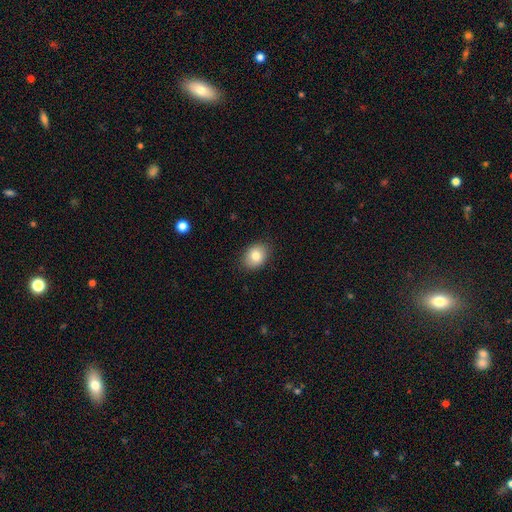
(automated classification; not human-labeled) smooth_or_featured: smooth (p=0.82) [alt: featured or disk p=0.10]
how_rounded: in between (p=0.61) [alt: round p=0.38]
merging: none (p=0.88) [alt: minor disturbance p=0.09]